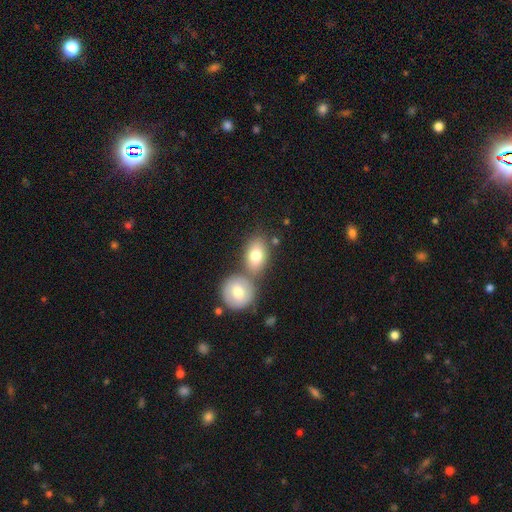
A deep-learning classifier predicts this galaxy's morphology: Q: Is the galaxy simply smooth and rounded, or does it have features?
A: smooth — 76%.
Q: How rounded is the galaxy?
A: in between — 71%.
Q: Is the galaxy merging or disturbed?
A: none — 50%.